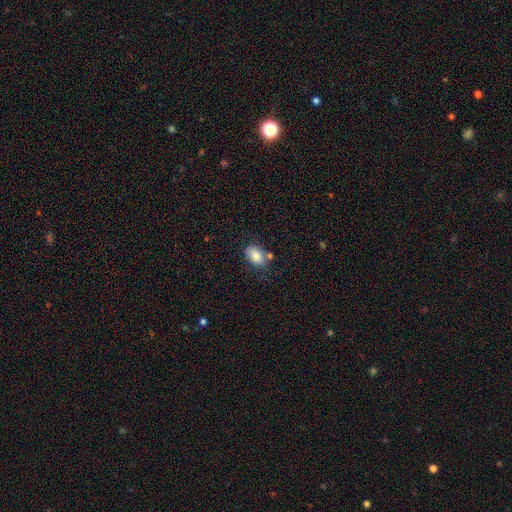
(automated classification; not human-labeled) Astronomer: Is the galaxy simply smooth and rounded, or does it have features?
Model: smooth — 83%.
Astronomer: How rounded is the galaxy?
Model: in between — 84%.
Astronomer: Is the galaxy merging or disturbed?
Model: none — 67%.